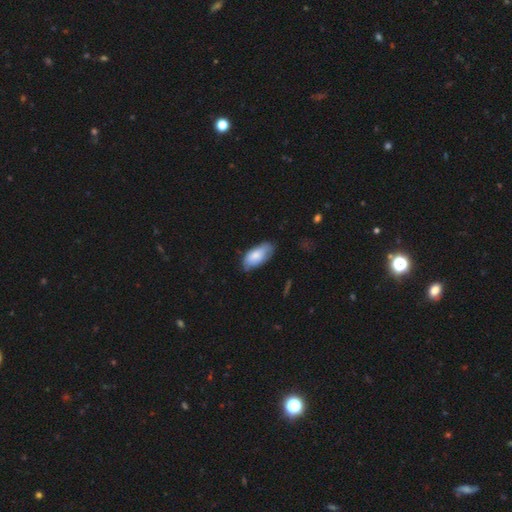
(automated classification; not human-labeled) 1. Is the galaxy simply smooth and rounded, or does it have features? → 78% smooth, 16% featured or disk, 6% star or artifact.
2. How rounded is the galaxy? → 92% in between, 6% cigar-shaped, 2% round.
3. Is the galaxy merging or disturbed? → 63% none, 30% minor disturbance, 6% major disturbance, 2% merger.